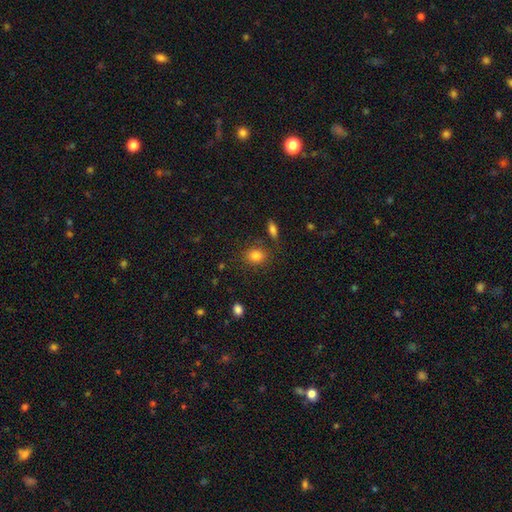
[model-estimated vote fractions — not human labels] The model was most divided on "how rounded": round: 56%, in between: 42%, cigar-shaped: 1%. More confident: smooth or featured — smooth (84%); merging — none (79%).